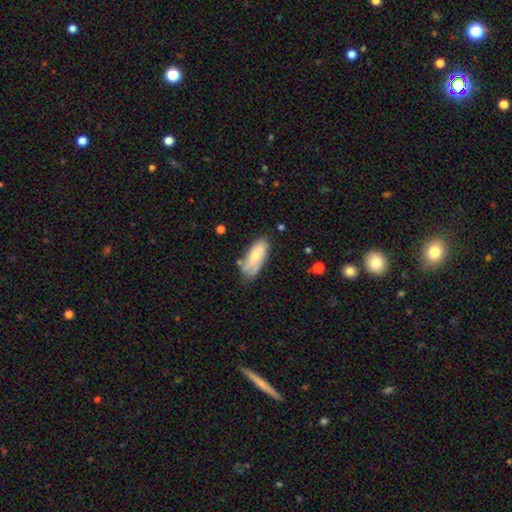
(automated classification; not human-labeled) This appears to be a smooth galaxy with no disk features (59%) that is in between round and cigar-shaped (84%). Merging: none (59%).